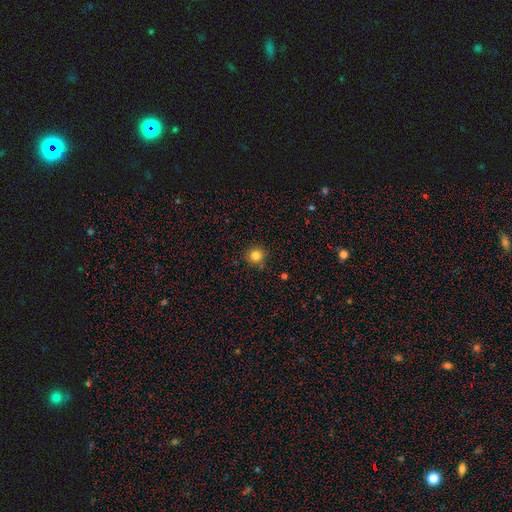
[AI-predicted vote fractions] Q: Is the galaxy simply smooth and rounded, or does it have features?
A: smooth — 83%.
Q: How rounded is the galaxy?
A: round — 93%.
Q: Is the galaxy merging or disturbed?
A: none — 87%.